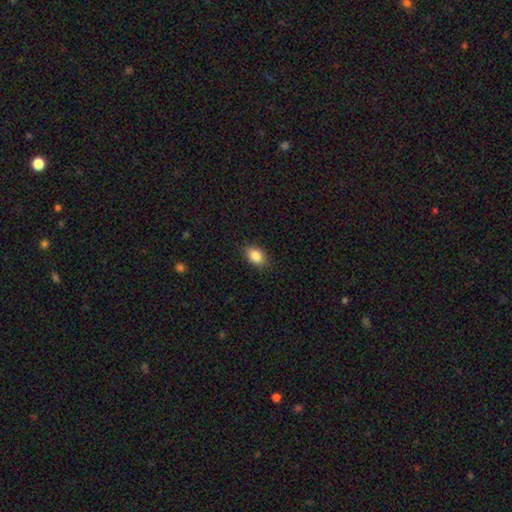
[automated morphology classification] Smooth or featured? smooth (86%)
How rounded? in between (84%)
Merging? none (86%)